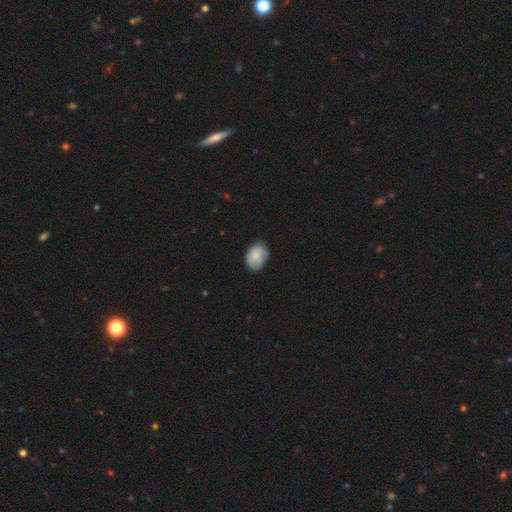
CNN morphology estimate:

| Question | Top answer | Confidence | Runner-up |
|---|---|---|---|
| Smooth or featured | smooth | 81% | featured or disk (12%) |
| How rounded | in between | 76% | round (23%) |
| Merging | none | 74% | minor disturbance (21%) |